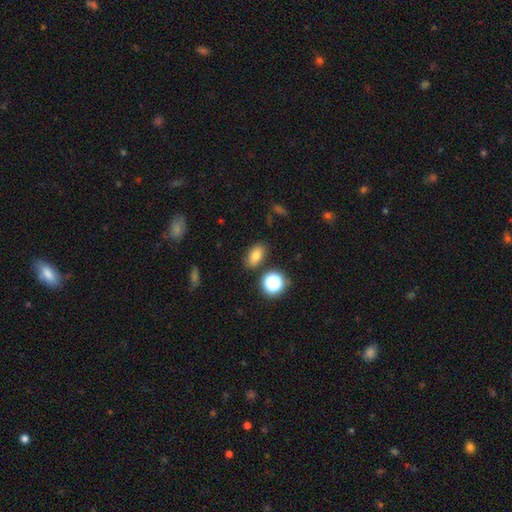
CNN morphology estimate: A smooth galaxy with no disk features (74%) that is in between round and cigar-shaped (82%). Merging: none (83%).